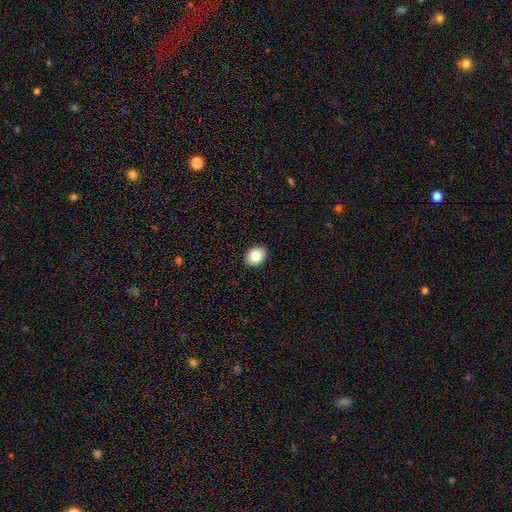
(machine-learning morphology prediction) A smooth galaxy with no disk features (85%) that is in between round and cigar-shaped (59%). Merging: none (91%).